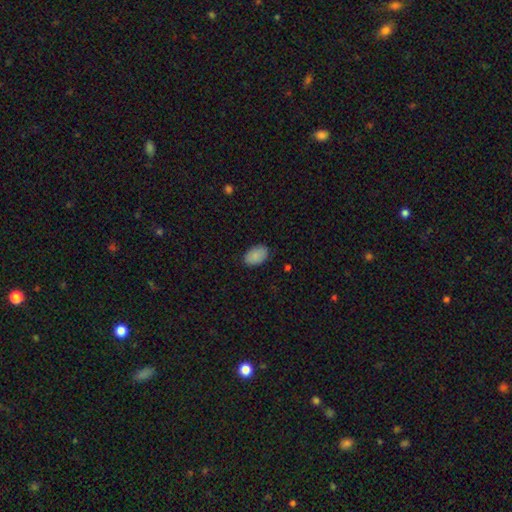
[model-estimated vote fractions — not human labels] A smooth galaxy with no disk features (88%) that is in between round and cigar-shaped (89%). Merging: none (85%).